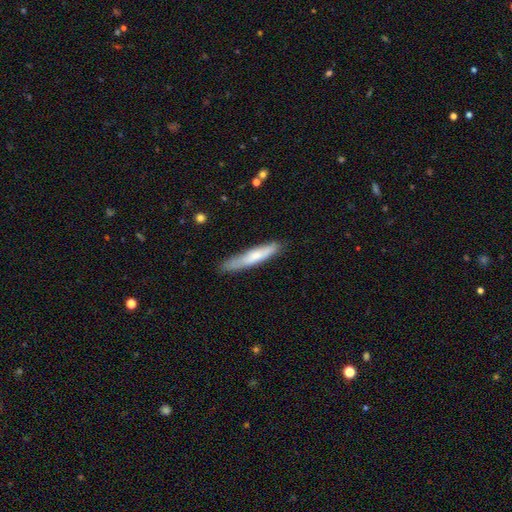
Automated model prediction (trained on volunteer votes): Smooth or featured? smooth (66%)
How rounded? cigar-shaped (88%)
Merging? none (77%)